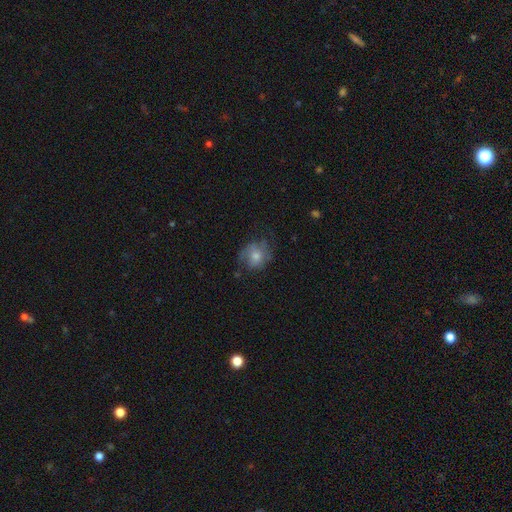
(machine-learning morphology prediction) Smooth or featured?
  - featured or disk: 50% *
  - smooth: 38%
  - star or artifact: 12%
Edge-on disk?
  - no: 96% *
  - yes: 4%
Merging?
  - none: 63% *
  - minor disturbance: 21%
  - major disturbance: 14%
  - merger: 1%